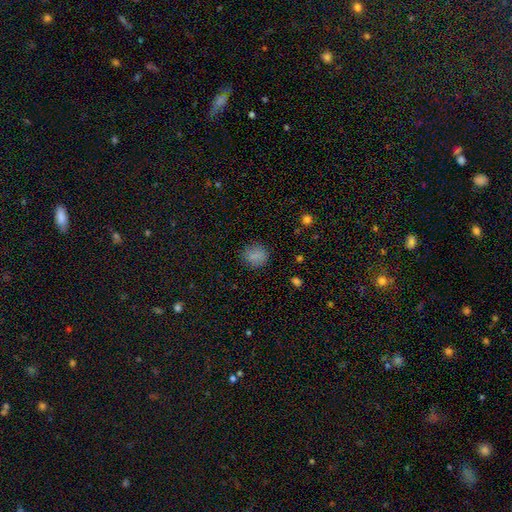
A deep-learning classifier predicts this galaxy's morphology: Overall: smooth (80%). How rounded: round (79%). Merging: none (84%).